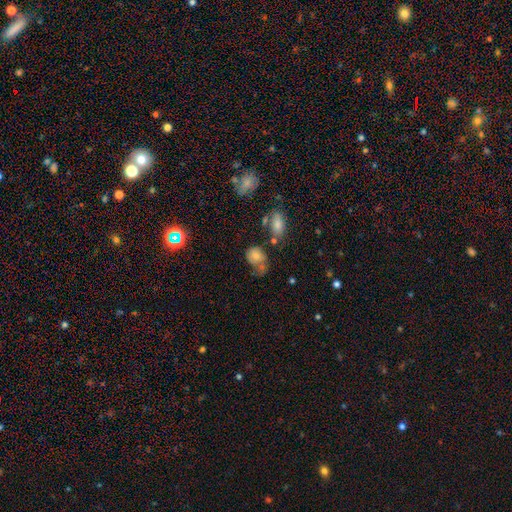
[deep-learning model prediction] smooth 67%, featured or disk 21%, star or artifact 13%. Down the decision tree: how rounded — in between (53%); merging — none (30%).